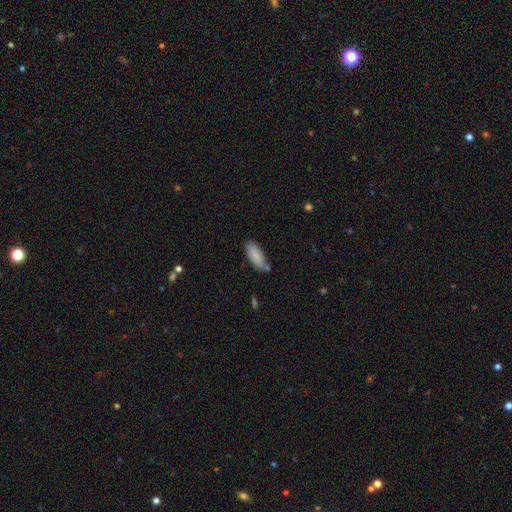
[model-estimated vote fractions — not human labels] Smooth or featured: smooth — 85% (featured or disk — 9%)
How rounded: in between — 82% (cigar-shaped — 17%)
Merging: none — 72% (minor disturbance — 18%)